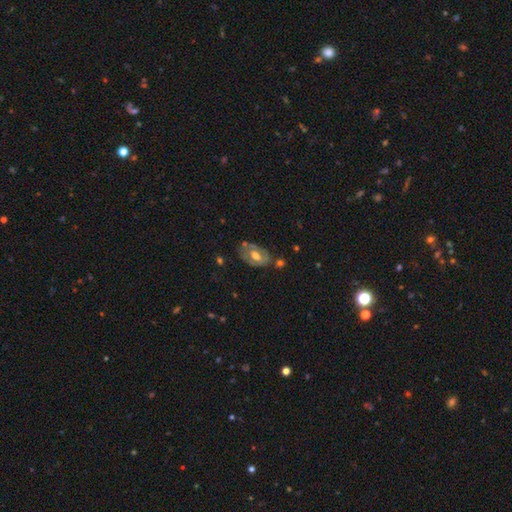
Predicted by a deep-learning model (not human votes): This appears to be a featured or disk galaxy (57%) with no bar (57%), no spiral arms (65%) and a moderate central bulge (66%). Merging: none (57%).